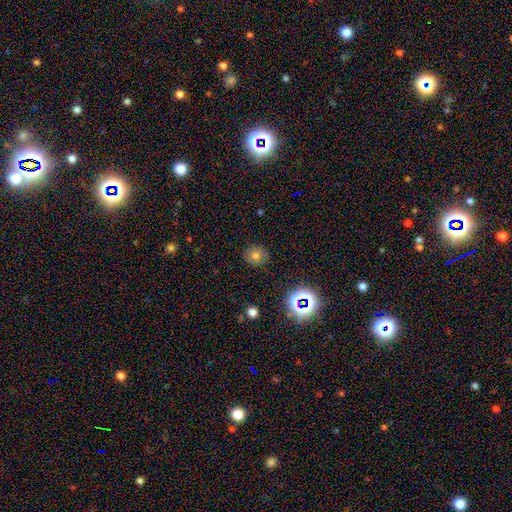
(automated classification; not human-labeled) smooth-or-featured: smooth: 71% | star or artifact: 18% | featured or disk: 10%
  how-rounded: round: 81% | in between: 18% | cigar-shaped: 1%
  merging: none: 87% | minor disturbance: 9% | major disturbance: 3% | merger: 1%